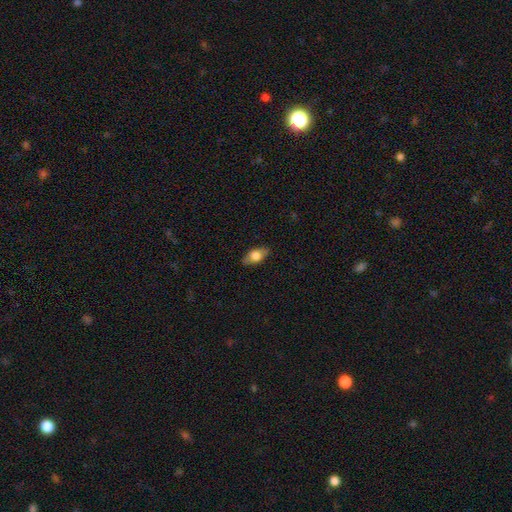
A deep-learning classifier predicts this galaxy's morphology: This appears to be a smooth galaxy with no disk features (69%) that is in between round and cigar-shaped (87%). Merging: none (84%).